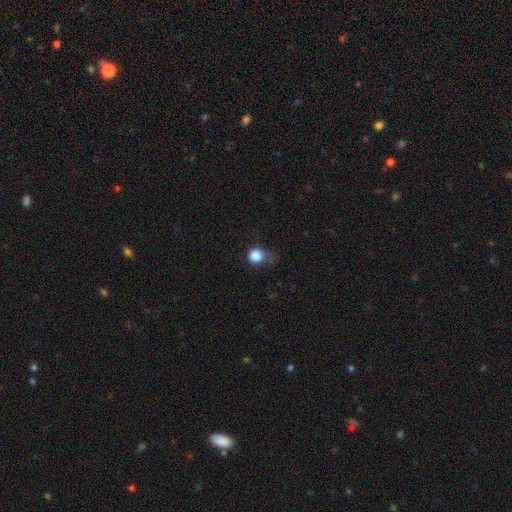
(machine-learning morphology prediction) smooth 85%, star or artifact 10%, featured or disk 5%. Down the decision tree: how rounded — round (86%); merging — none (47%).